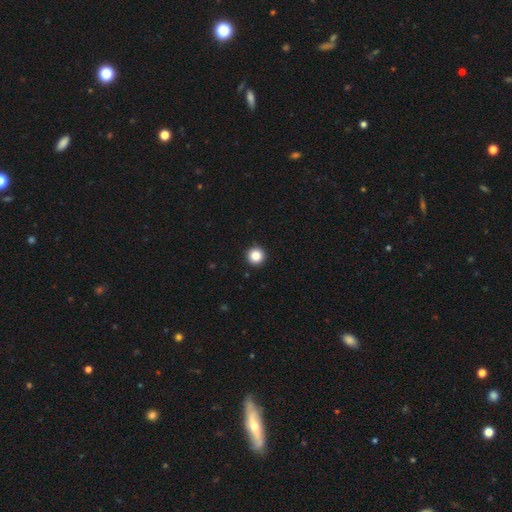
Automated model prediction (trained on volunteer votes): Overall: smooth (86%). How rounded: round (96%). Merging: none (94%).